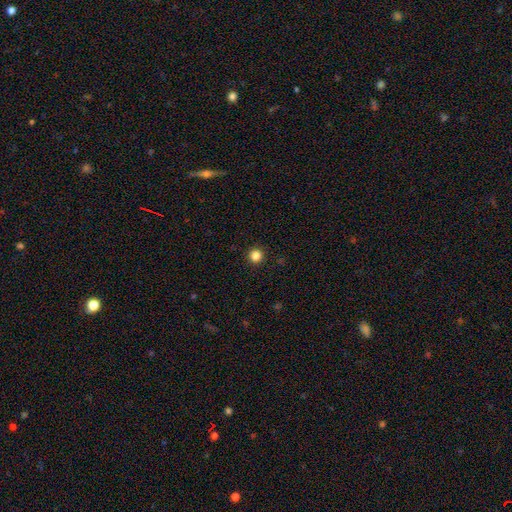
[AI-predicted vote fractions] Smooth or featured: smooth — 84% (star or artifact — 12%)
How rounded: round — 96% (in between — 3%)
Merging: none — 94% (minor disturbance — 4%)